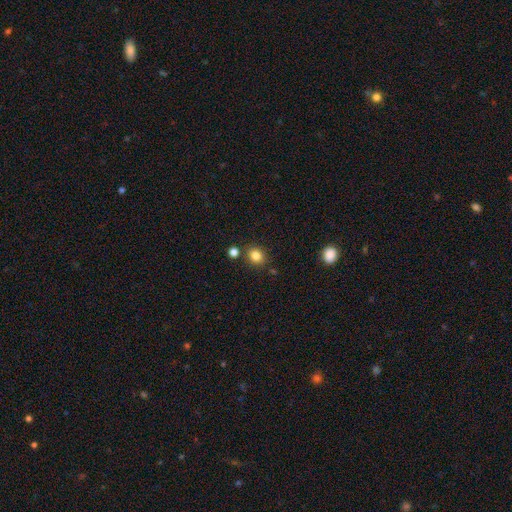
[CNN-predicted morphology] smooth_or_featured: smooth (p=0.84) [alt: star or artifact p=0.11]
how_rounded: round (p=0.69) [alt: in between p=0.30]
merging: none (p=0.81) [alt: minor disturbance p=0.10]